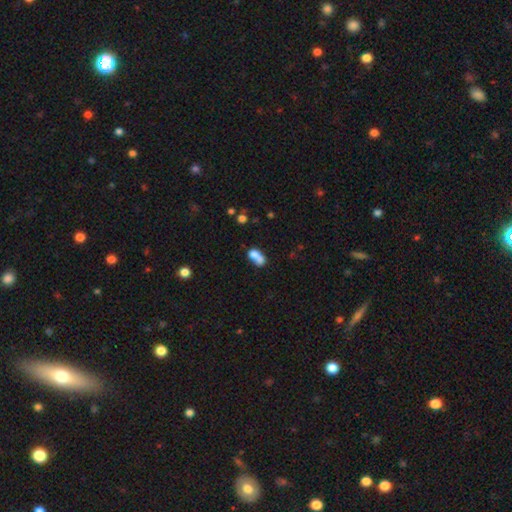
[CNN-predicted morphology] smooth 69%, featured or disk 20%, star or artifact 11%. Down the decision tree: how rounded — in between (65%); merging — merger (65%).